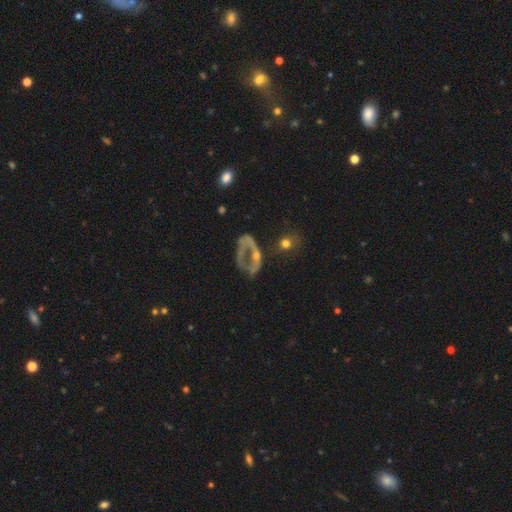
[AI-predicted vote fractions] Smooth or featured: featured or disk — 58% (smooth — 26%)
Edge-on disk: no — 93% (yes — 7%)
Bar: no — 81% (weak — 12%)
Spiral arms: no — 82% (yes — 18%)
Bulge size: small — 33% (tied with none — 33%)
Merging: major disturbance — 38% (none — 36%)